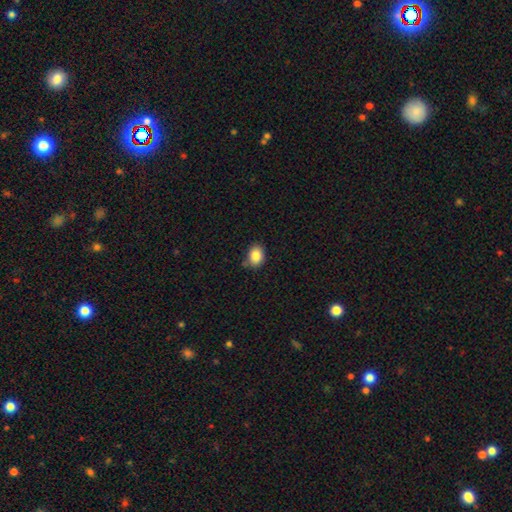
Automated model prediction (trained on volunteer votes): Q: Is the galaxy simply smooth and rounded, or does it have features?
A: smooth — 86%.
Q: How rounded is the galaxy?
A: in between — 61%.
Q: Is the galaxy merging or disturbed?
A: none — 73%.